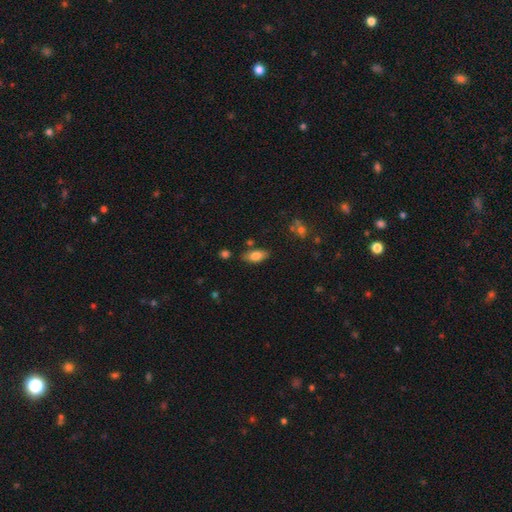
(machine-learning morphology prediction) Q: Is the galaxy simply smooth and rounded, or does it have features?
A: smooth — 77%.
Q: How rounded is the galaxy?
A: in between — 86%.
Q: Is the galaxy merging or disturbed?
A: none — 77%.